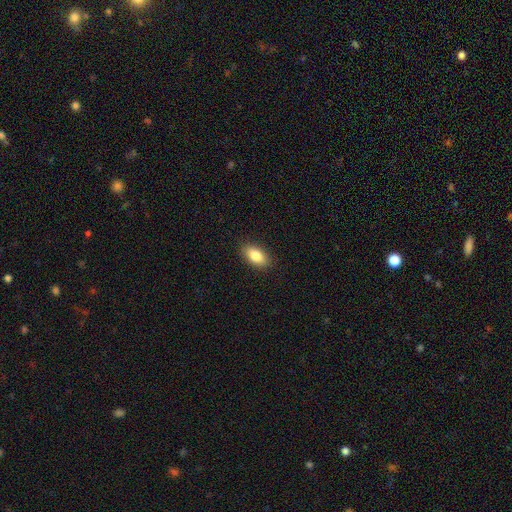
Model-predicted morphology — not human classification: smooth-or-featured: smooth: 85% | featured or disk: 8% | star or artifact: 7%
  how-rounded: in between: 91% | round: 5% | cigar-shaped: 4%
  merging: none: 88% | minor disturbance: 9% | major disturbance: 2% | merger: 1%